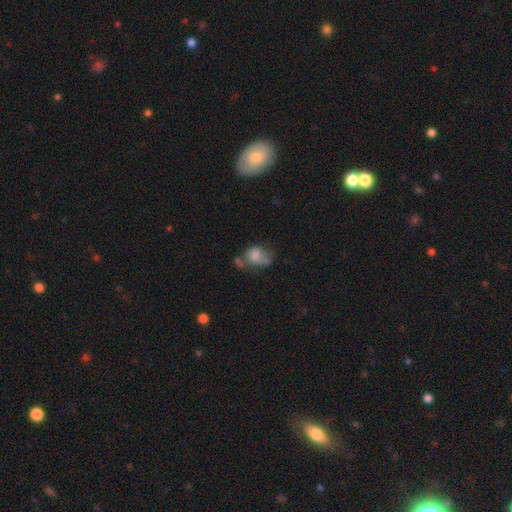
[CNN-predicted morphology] Smooth or featured? smooth (65%)
How rounded? in between (71%)
Merging? major disturbance (29%)